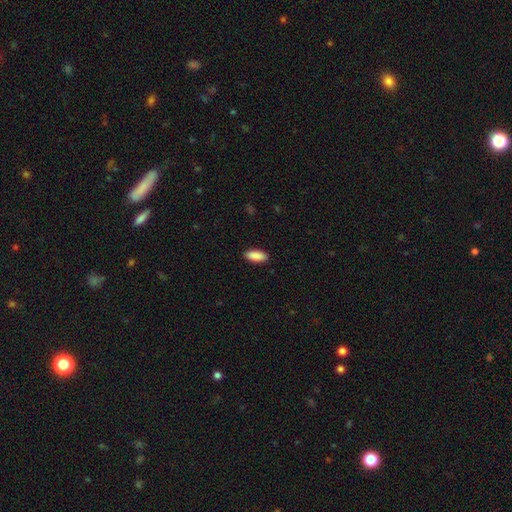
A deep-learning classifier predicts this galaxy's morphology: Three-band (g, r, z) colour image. It shows a smooth galaxy with no disk features (90%) that is in between round and cigar-shaped (82%). Merging: none (90%).